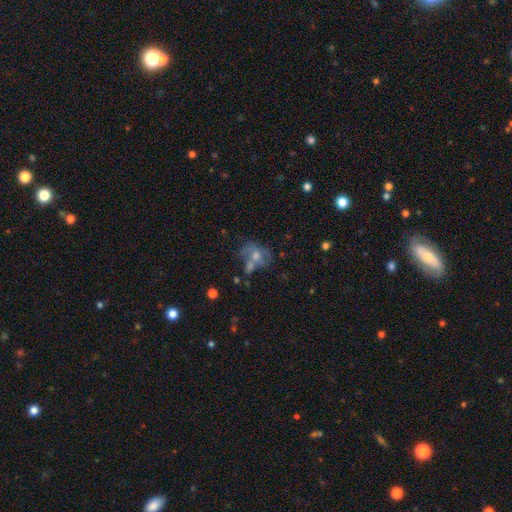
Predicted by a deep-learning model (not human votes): smooth_or_featured: featured or disk (p=0.43) [alt: smooth p=0.39]
merging: none (p=0.35) [alt: merger p=0.30]